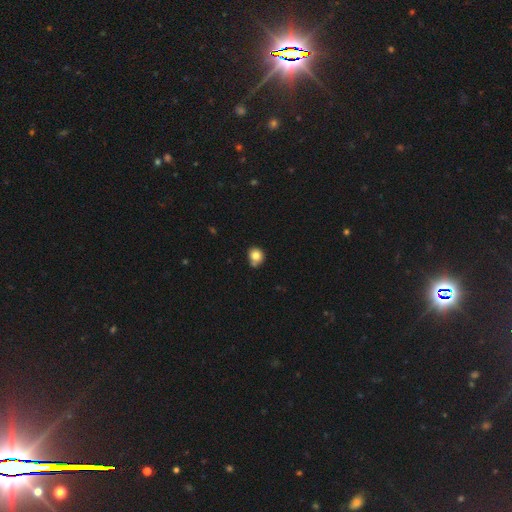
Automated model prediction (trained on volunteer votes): Overall: smooth (81%). How rounded: round (82%). Merging: none (64%).